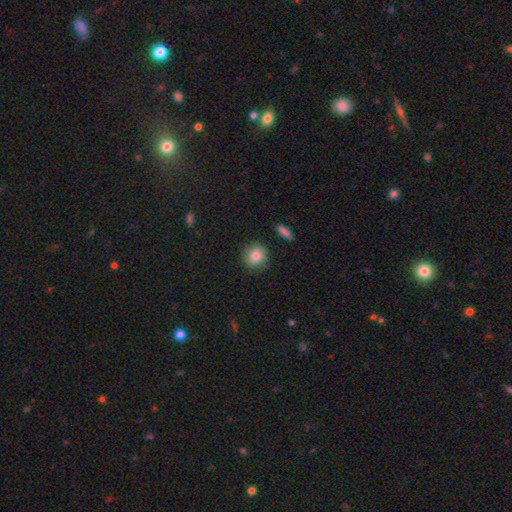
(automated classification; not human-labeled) Smooth or featured?
  - smooth: 85% *
  - star or artifact: 8%
  - featured or disk: 7%
How rounded?
  - round: 84% *
  - in between: 14%
  - cigar-shaped: 1%
Merging?
  - none: 85% *
  - minor disturbance: 10%
  - major disturbance: 3%
  - merger: 2%